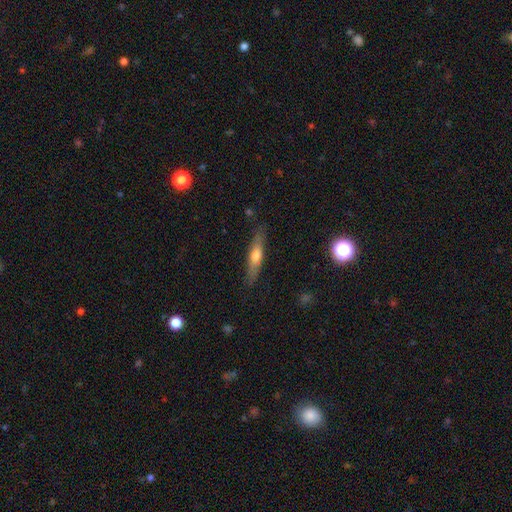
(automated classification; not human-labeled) A smooth galaxy with no disk features (47%, tied with featured or disk).

Vote fractions:
- Smooth or featured? smooth: 47% (tied) / featured or disk: 47% (tied) / star or artifact: 7%
- Merging? none: 86% / minor disturbance: 11% / major disturbance: 2% / merger: 1%